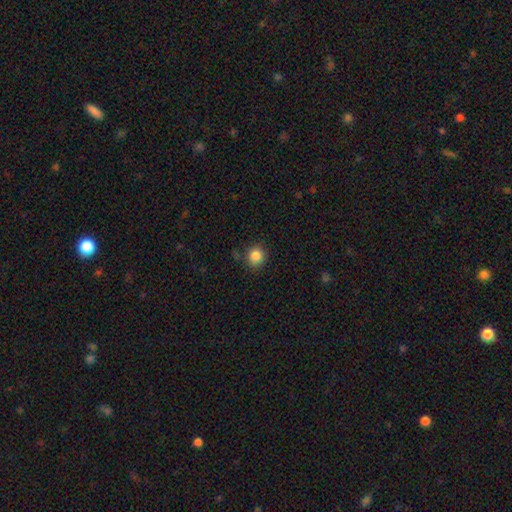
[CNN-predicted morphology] A smooth galaxy with no disk features (85%) that is round (89%). Merging: none (84%).